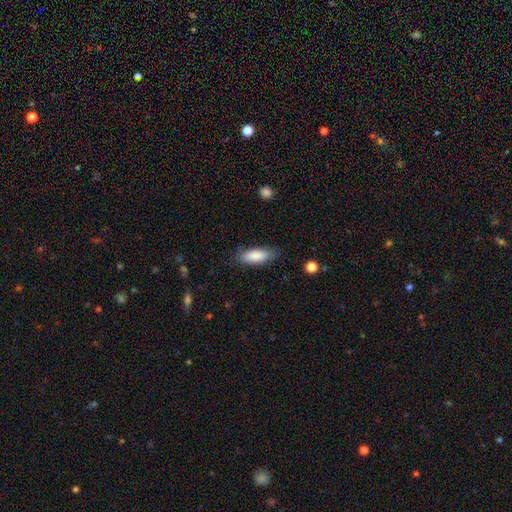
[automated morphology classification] Smooth or featured?
  - smooth: 86% *
  - featured or disk: 8%
  - star or artifact: 6%
How rounded?
  - in between: 70% *
  - cigar-shaped: 28%
  - round: 2%
Merging?
  - none: 80% *
  - minor disturbance: 15%
  - major disturbance: 3%
  - merger: 1%